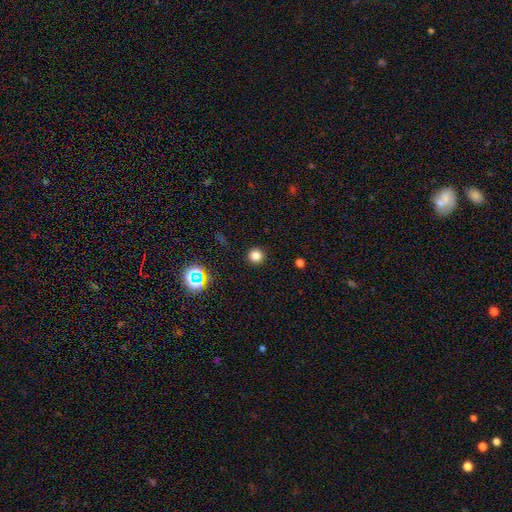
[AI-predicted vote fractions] Overall: smooth (79%). How rounded: round (95%). Merging: none (92%).